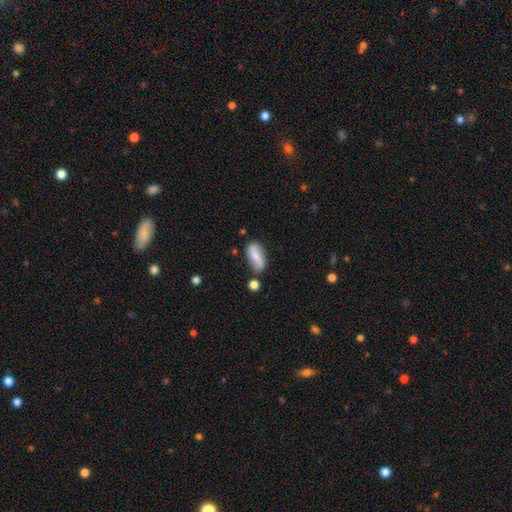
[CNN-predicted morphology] Smooth or featured?
  - smooth: 57% *
  - featured or disk: 36%
  - star or artifact: 7%
How rounded?
  - in between: 79% *
  - cigar-shaped: 17%
  - round: 5%
Merging?
  - none: 69% *
  - minor disturbance: 20%
  - merger: 6%
  - major disturbance: 5%